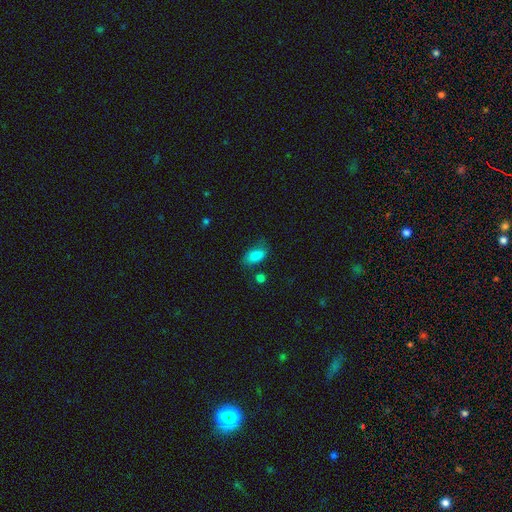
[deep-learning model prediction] smooth-or-featured: smooth: 84% | star or artifact: 9% | featured or disk: 8%
  how-rounded: in between: 89% | round: 6% | cigar-shaped: 5%
  merging: none: 67% | minor disturbance: 22% | major disturbance: 6% | merger: 4%